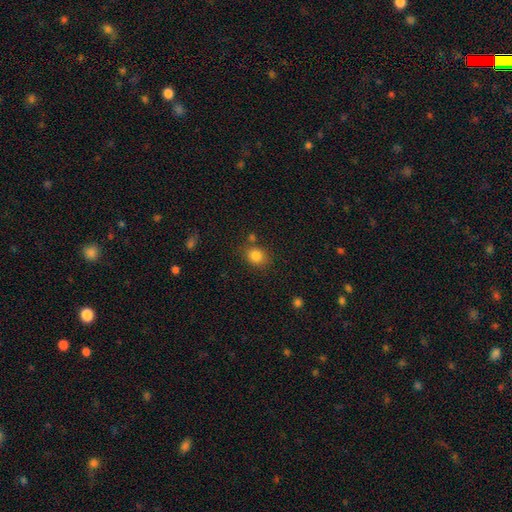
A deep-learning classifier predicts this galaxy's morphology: type=smooth (83%); roundness=round (68%); merging=none (74%).